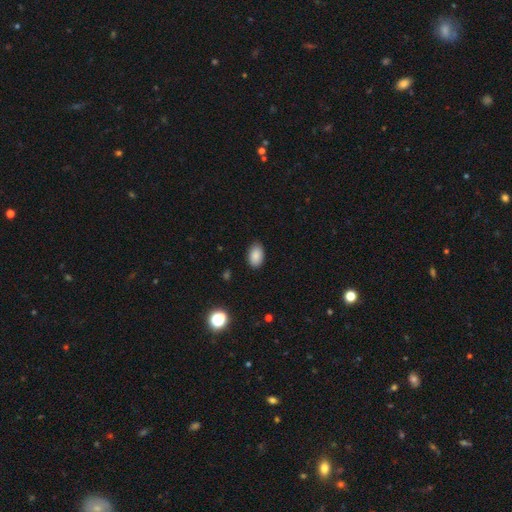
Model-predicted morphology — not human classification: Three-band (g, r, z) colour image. It shows a smooth galaxy with no disk features (88%) that is in between round and cigar-shaped (92%). Merging: none (85%).